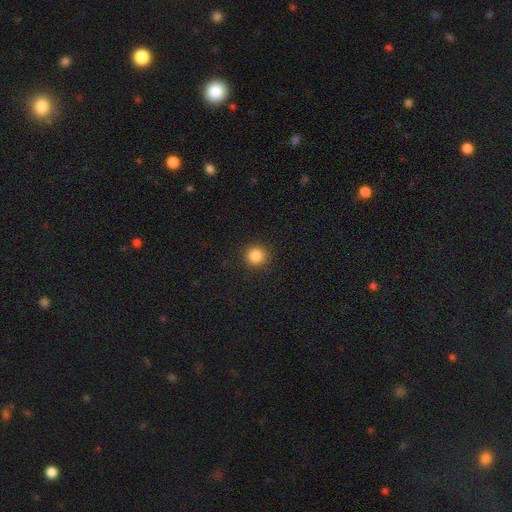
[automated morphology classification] This appears to be a smooth galaxy with no disk features (85%) that is round (94%). Merging: none (91%).